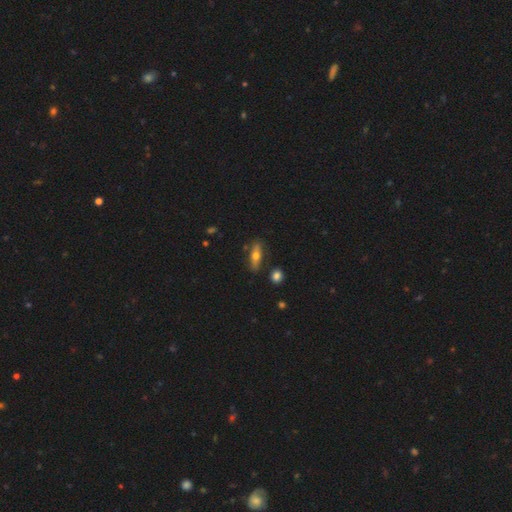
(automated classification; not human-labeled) Smooth or featured? Predicted: smooth (p=0.54). How rounded? Predicted: cigar-shaped (p=0.55). Merging? Predicted: none (p=0.82).